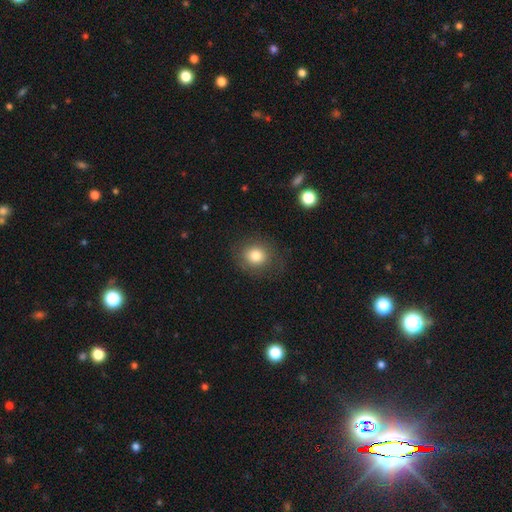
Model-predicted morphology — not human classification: A smooth galaxy with no disk features (80%) that is round (75%).

Vote fractions:
- Smooth or featured? smooth: 80% / star or artifact: 10% / featured or disk: 10%
- How rounded? round: 75% / in between: 24% / cigar-shaped: 1%
- Merging? none: 81% / minor disturbance: 12% / major disturbance: 6% / merger: 1%